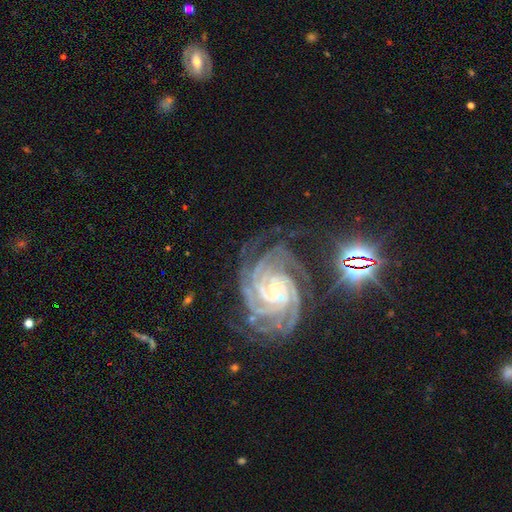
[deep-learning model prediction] smooth-or-featured: featured or disk: 87% | star or artifact: 9% | smooth: 4%
  disk-edge-on: no: 98% | yes: 2%
    bar: no: 46% | weak: 34% | strong: 20%
    has-spiral-arms: yes: 99% | no: 1%
      spiral-winding: tight: 79% | medium: 19% | loose: 2%
      spiral-arm-count: 4: 30% | 3: 21% | more than 4: 14% | can't tell: 14% | 2: 12% | 1: 8%
    bulge-size: small: 71% | moderate: 24% | none: 2% | large: 2% | dominant: 1%
  merging: none: 74% | minor disturbance: 17% | major disturbance: 7% | merger: 2%